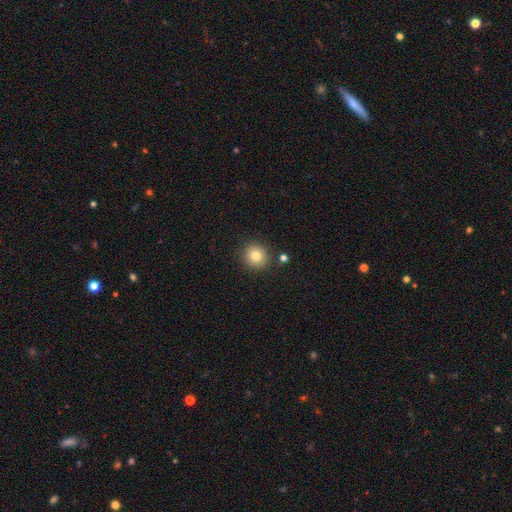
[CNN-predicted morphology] type=smooth (80%); roundness=round (90%); merging=none (87%).